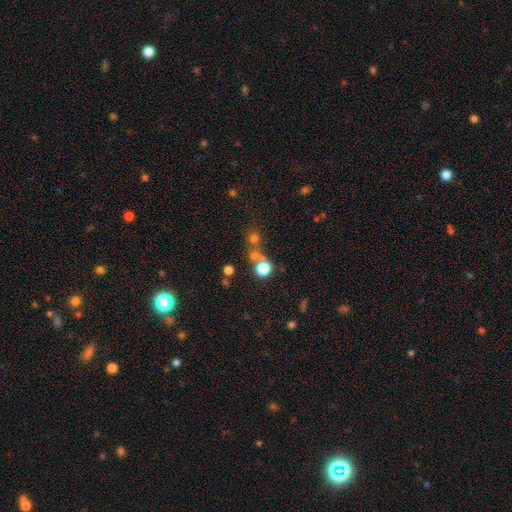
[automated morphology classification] Overall: smooth (57%; star or artifact 32%). How rounded: round (90%). Merging: none (60%; merger 29%).